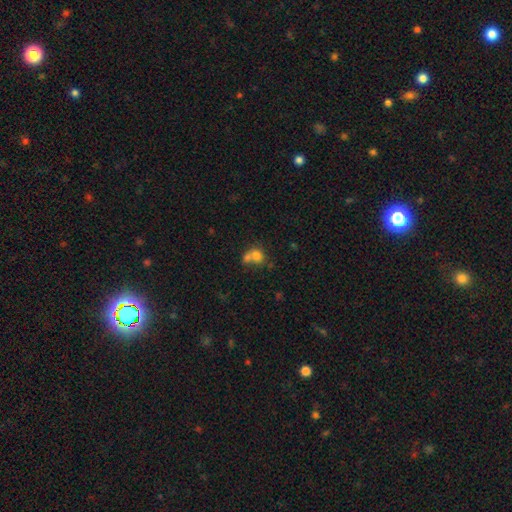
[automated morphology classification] smooth 75%, featured or disk 13%, star or artifact 12%. Down the decision tree: how rounded — round (65%); merging — merger (53%).